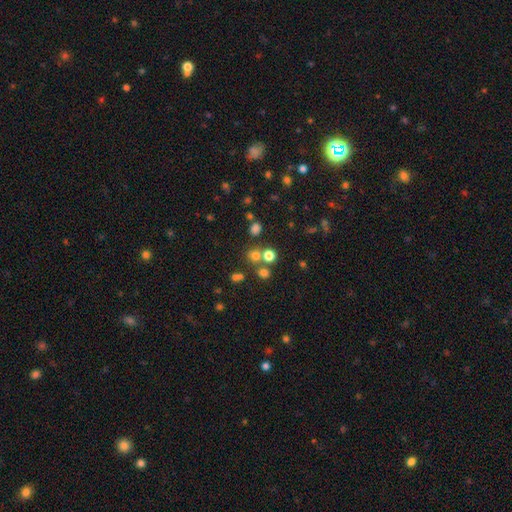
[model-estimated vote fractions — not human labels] Smooth or featured: smooth — 67% (star or artifact — 24%)
How rounded: round — 85% (in between — 14%)
Merging: none — 64% (merger — 24%)